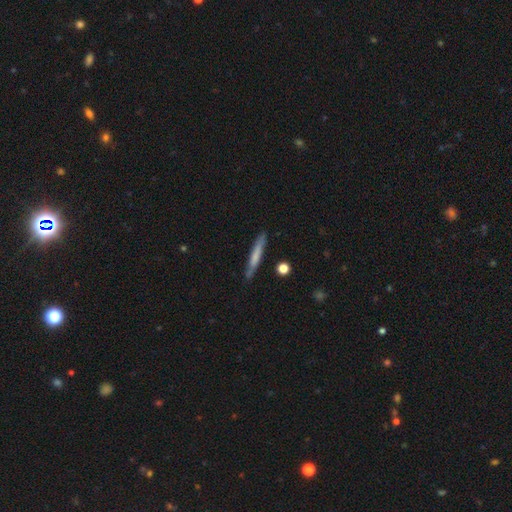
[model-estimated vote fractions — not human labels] The model was most divided on "smooth or featured": smooth: 61%, featured or disk: 33%, star or artifact: 6%. More confident: how rounded — cigar-shaped (95%); merging — none (83%).